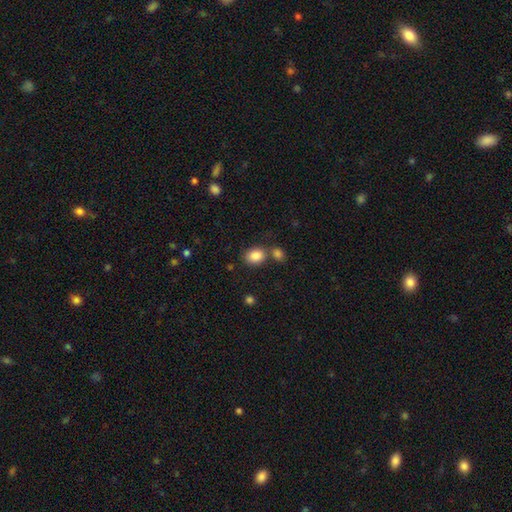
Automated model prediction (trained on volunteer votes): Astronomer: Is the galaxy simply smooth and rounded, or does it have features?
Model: smooth — 86%.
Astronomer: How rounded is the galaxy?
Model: in between — 62%.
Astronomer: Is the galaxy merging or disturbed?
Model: none — 61%.